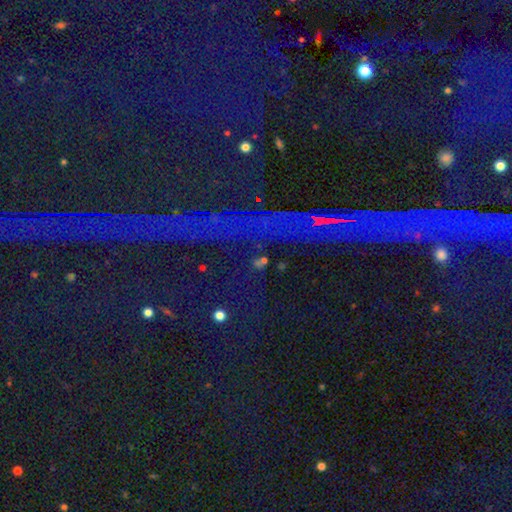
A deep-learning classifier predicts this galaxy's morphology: Smooth or featured?
  - star or artifact: 88% *
  - featured or disk: 6%
  - smooth: 6%